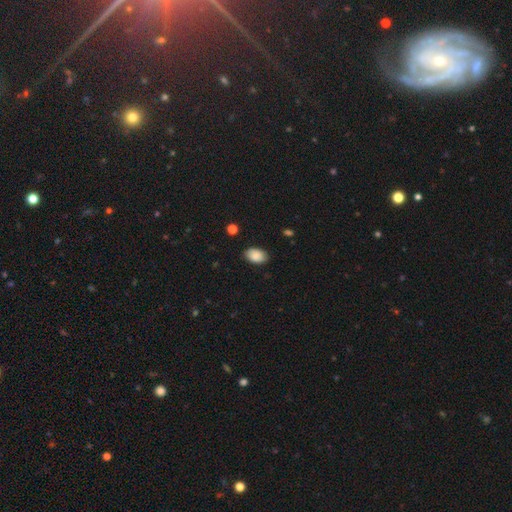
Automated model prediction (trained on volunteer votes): The model was most divided on "merging": none: 85%, minor disturbance: 12%, major disturbance: 2%, merger: 1%. More confident: how rounded — in between (91%); smooth or featured — smooth (88%).